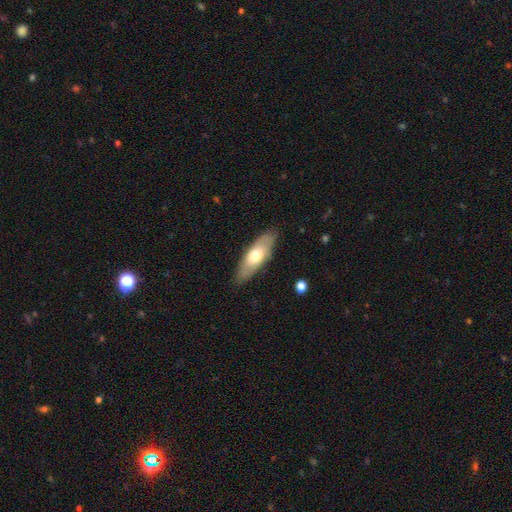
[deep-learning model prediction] A smooth galaxy with no disk features (59%) that is in between round and cigar-shaped (62%).

Vote fractions:
- Smooth or featured? smooth: 59% / featured or disk: 36% / star or artifact: 5%
- How rounded? in between: 62% / cigar-shaped: 36% / round: 2%
- Merging? none: 84% / minor disturbance: 12% / major disturbance: 3% / merger: 1%